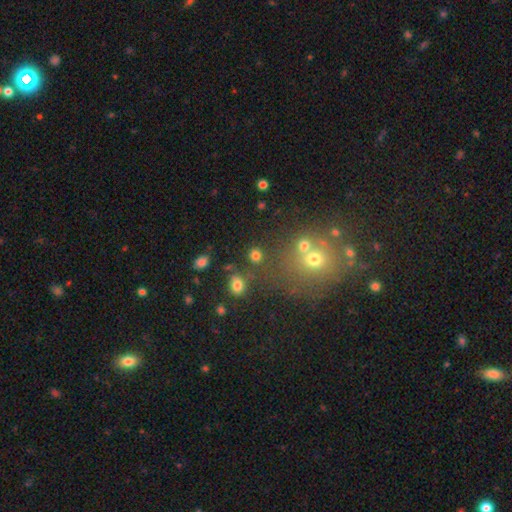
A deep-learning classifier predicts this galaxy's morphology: type=smooth (77%); roundness=round (78%); merging=none (75%).